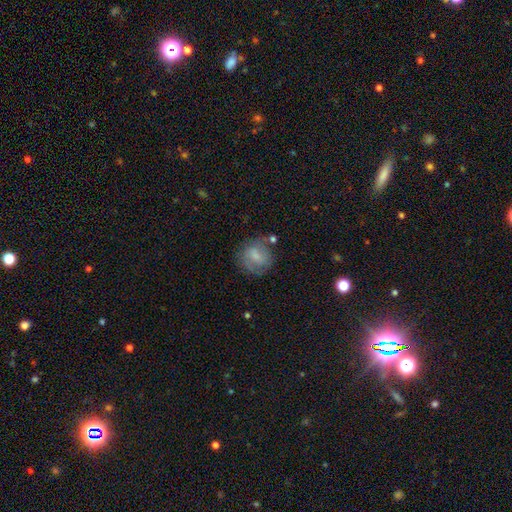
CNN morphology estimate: This is likely a smooth galaxy (63%). How rounded: clearly round (80%). Merging: likely none (64%).